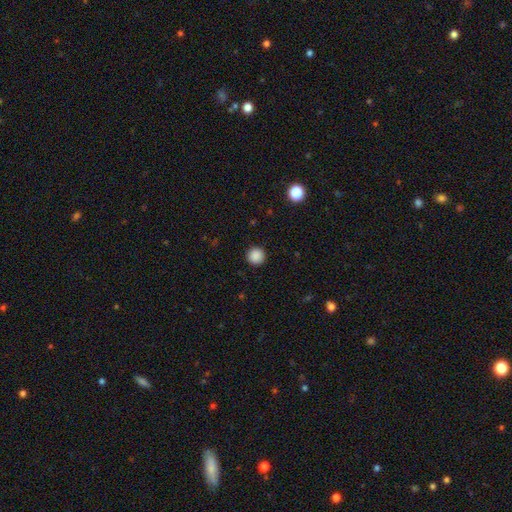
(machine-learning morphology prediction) The model was most divided on "smooth or featured": smooth: 88%, star or artifact: 10%, featured or disk: 2%. More confident: how rounded — round (96%); merging — none (92%).